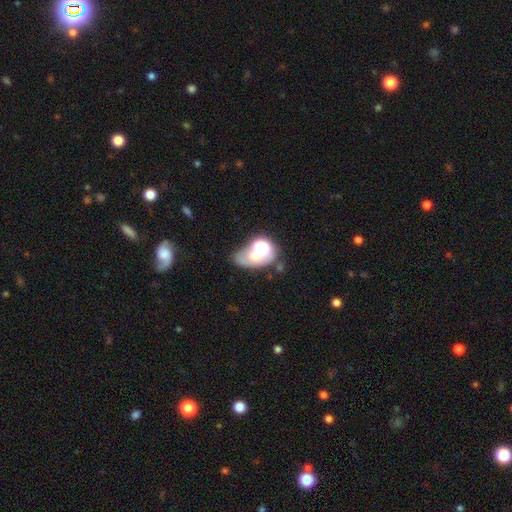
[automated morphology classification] Smooth or featured? smooth (45%)
Merging? none (32%)